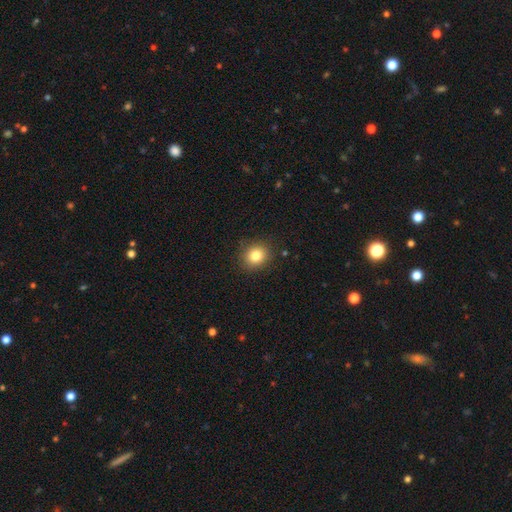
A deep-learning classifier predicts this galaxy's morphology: smooth 82%, star or artifact 11%, featured or disk 7%. Down the decision tree: how rounded — round (75%); merging — none (88%).